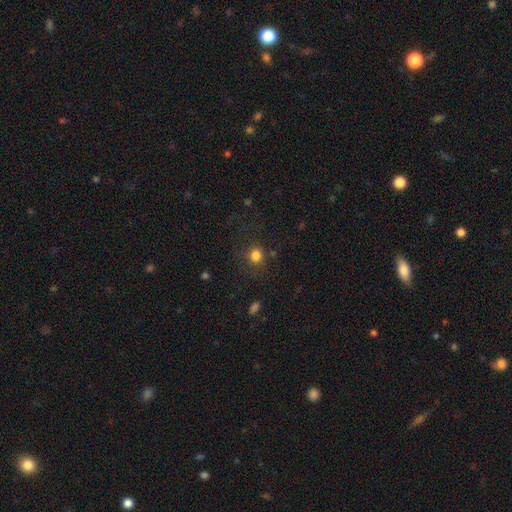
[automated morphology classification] smooth 81%, star or artifact 13%, featured or disk 6%. Down the decision tree: how rounded — round (86%); merging — none (76%).